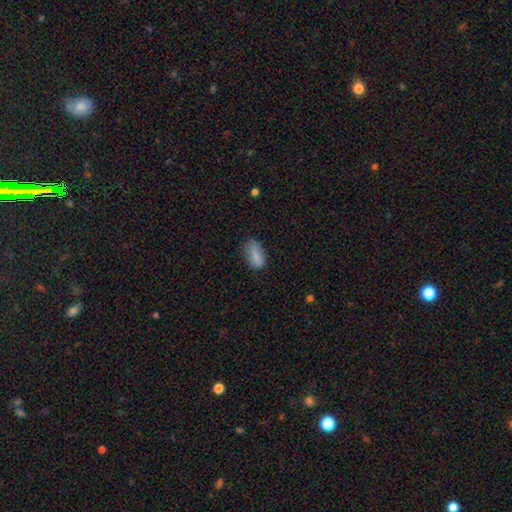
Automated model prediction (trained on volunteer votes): smooth_or_featured: smooth (p=0.84) [alt: star or artifact p=0.08]
how_rounded: in between (p=0.91) [alt: cigar-shaped p=0.05]
merging: none (p=0.68) [alt: minor disturbance p=0.25]